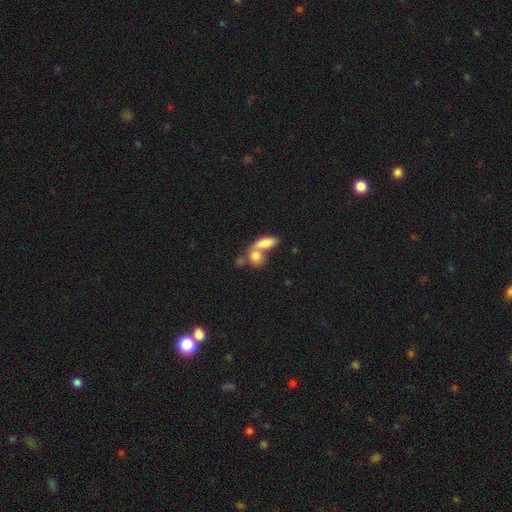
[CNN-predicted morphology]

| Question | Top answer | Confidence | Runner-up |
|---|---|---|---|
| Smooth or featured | smooth | 79% | featured or disk (13%) |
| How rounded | in between | 66% | round (27%) |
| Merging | merger | 59% | none (29%) |